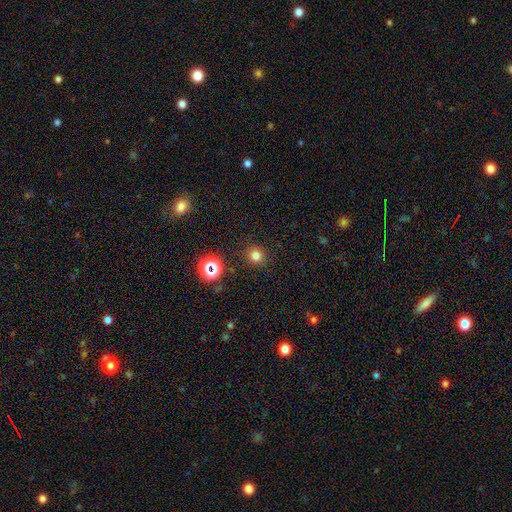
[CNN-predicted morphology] smooth_or_featured: smooth (p=0.77) [alt: star or artifact p=0.18]
how_rounded: round (p=0.89) [alt: in between p=0.10]
merging: none (p=0.89) [alt: minor disturbance p=0.07]